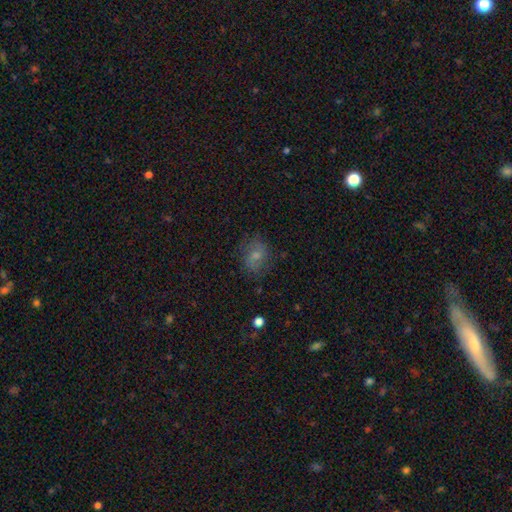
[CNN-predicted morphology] The model was most divided on "how rounded": round: 54%, in between: 44%, cigar-shaped: 1%. More confident: merging — none (73%); smooth or featured — smooth (55%).